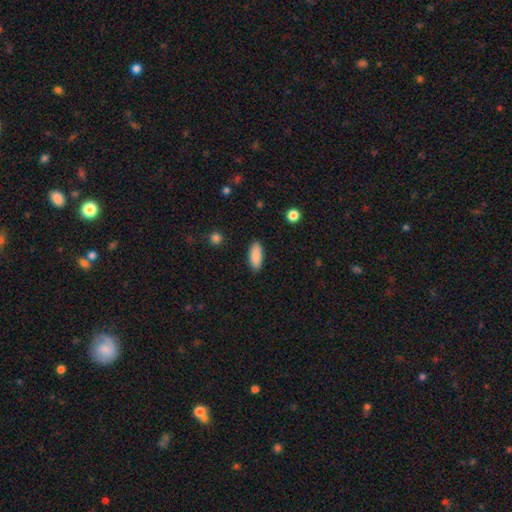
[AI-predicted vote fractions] This is clearly a smooth galaxy (89%). How rounded: likely in between (76%). Merging: clearly none (89%).